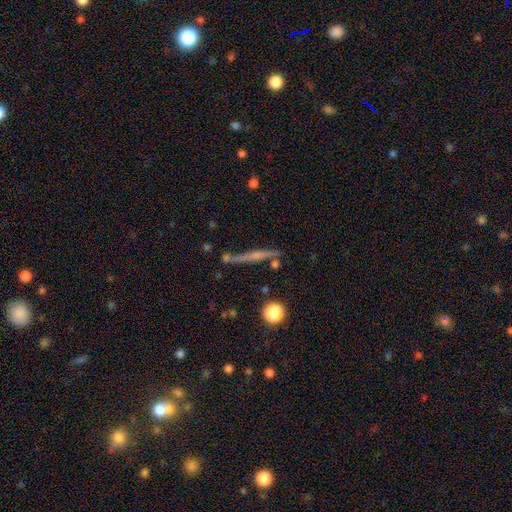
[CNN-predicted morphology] smooth-or-featured: featured or disk: 60% | smooth: 30% | star or artifact: 10%
  disk-edge-on: yes: 93% | no: 7%
    edge-on-bulge: none: 51% | rounded: 37% | boxy: 12%
  merging: none: 72% | minor disturbance: 15% | merger: 8% | major disturbance: 5%